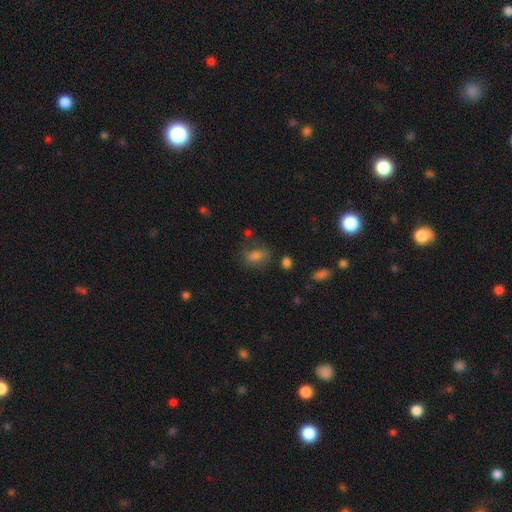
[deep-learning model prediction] A smooth galaxy with no disk features (71%) that is in between round and cigar-shaped (75%).

Vote fractions:
- Smooth or featured? smooth: 71% / featured or disk: 15% / star or artifact: 14%
- How rounded? in between: 75% / round: 20% / cigar-shaped: 6%
- Merging? none: 63% / minor disturbance: 21% / major disturbance: 11% / merger: 5%